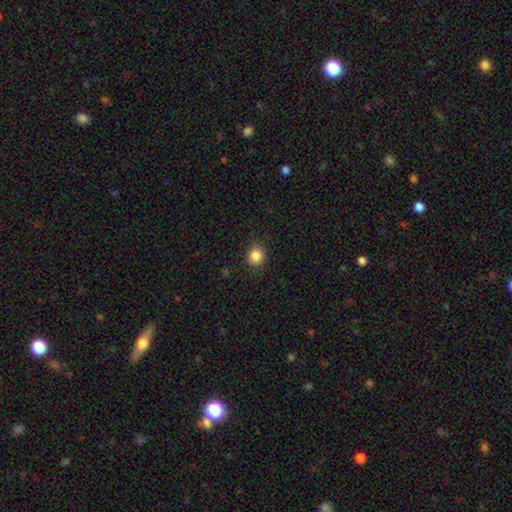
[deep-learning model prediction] Q: Smooth or featured?
A: smooth (85%); runner-up: star or artifact (11%)
Q: How rounded?
A: round (81%); runner-up: in between (18%)
Q: Merging?
A: none (86%); runner-up: minor disturbance (11%)